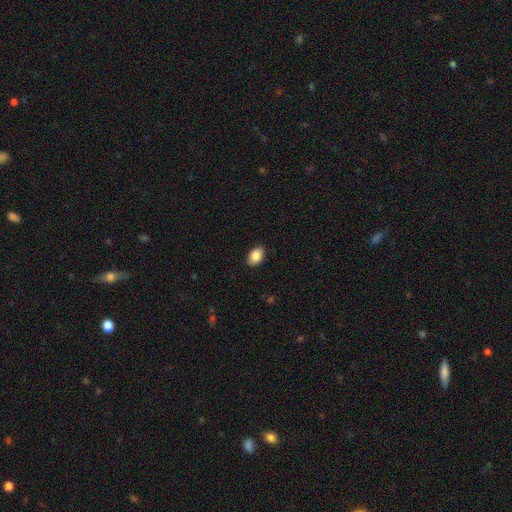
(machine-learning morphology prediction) Overall: smooth (88%). How rounded: in between (86%). Merging: none (89%).